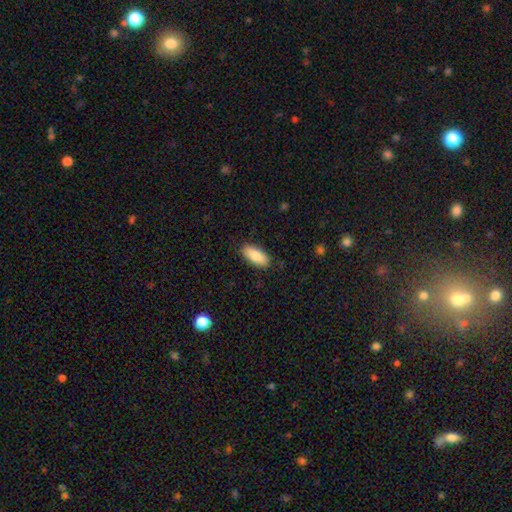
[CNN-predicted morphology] A smooth galaxy with no disk features (84%) that is in between round and cigar-shaped (87%). Merging: none (86%).